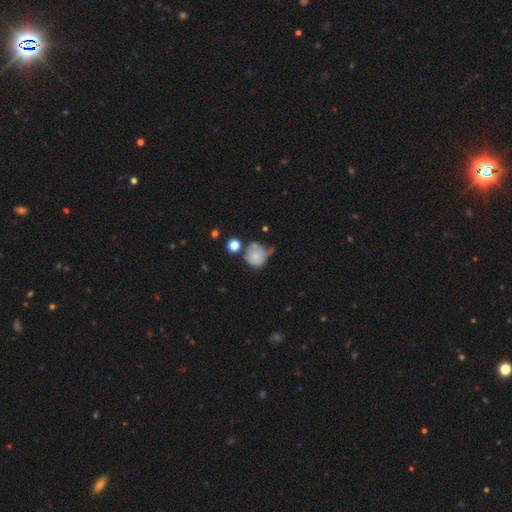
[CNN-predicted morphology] This appears to be a smooth galaxy with no disk features (75%) that is round (81%). Merging: none (43%).